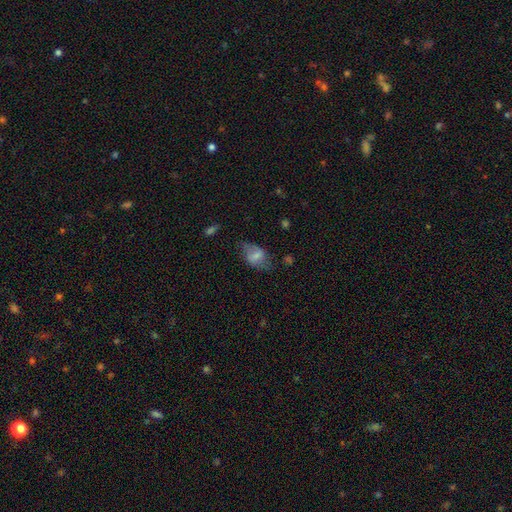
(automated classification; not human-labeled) smooth 57%, featured or disk 34%, star or artifact 9%. Down the decision tree: how rounded — in between (83%); merging — none (52%).